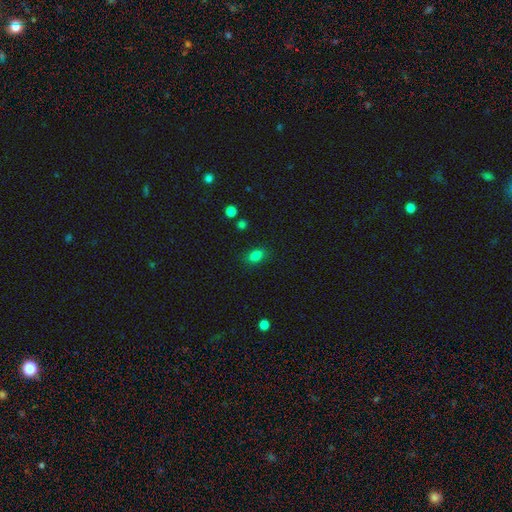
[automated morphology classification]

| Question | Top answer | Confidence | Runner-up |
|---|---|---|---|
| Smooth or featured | smooth | 83% | star or artifact (12%) |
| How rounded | in between | 75% | round (23%) |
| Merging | none | 85% | minor disturbance (11%) |